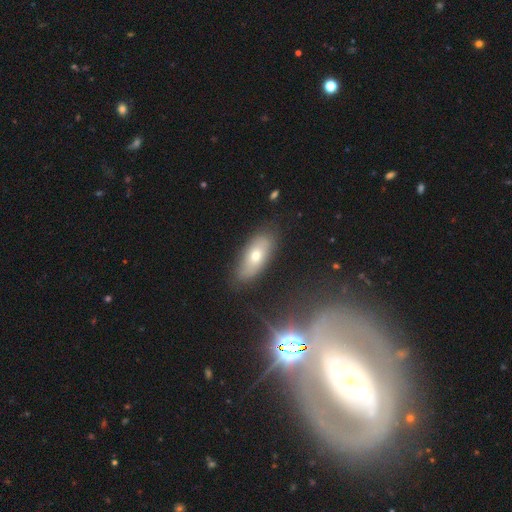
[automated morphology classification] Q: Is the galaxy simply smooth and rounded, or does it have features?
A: smooth — 61%.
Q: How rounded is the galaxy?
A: in between — 82%.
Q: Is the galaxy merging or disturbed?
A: none — 80%.